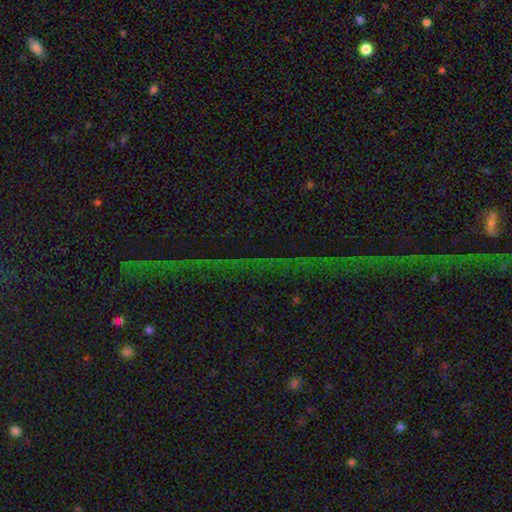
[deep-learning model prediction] smooth_or_featured: star or artifact (p=0.76) [alt: featured or disk p=0.13]